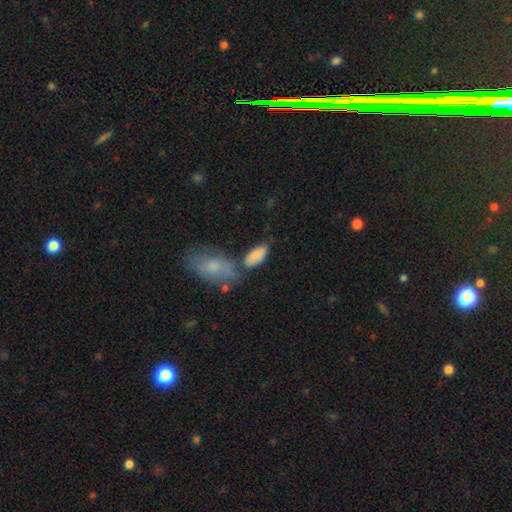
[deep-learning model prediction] Q: Smooth or featured?
A: smooth (82%); runner-up: featured or disk (11%)
Q: How rounded?
A: in between (91%); runner-up: cigar-shaped (6%)
Q: Merging?
A: none (53%); runner-up: minor disturbance (21%)